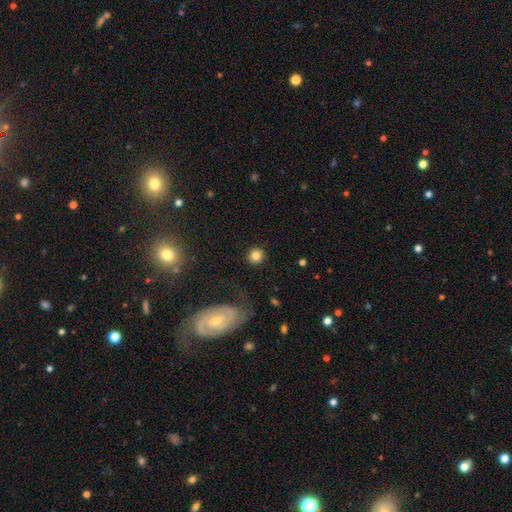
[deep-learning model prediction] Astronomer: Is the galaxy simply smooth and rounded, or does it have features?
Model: smooth — 81%.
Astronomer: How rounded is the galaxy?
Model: round — 91%.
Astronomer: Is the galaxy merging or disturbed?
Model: none — 88%.